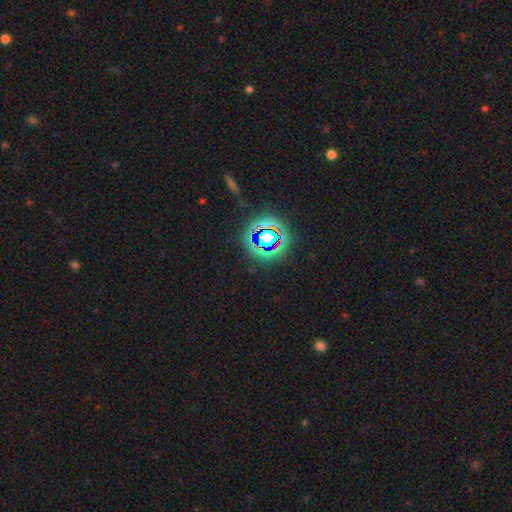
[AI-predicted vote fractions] Overall: star or artifact (80%).